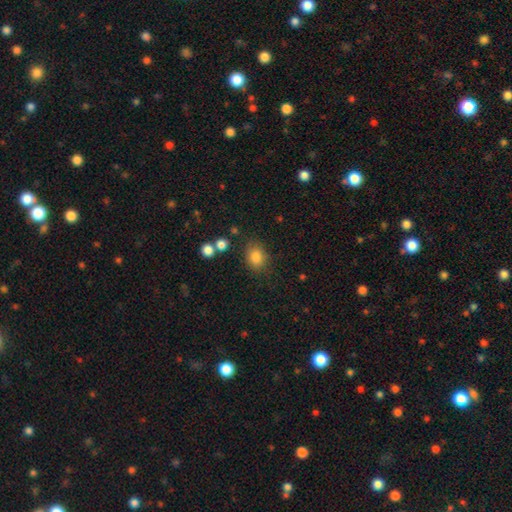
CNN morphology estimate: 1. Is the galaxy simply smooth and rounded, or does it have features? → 84% smooth, 10% star or artifact, 5% featured or disk.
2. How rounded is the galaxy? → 52% in between, 47% round, 1% cigar-shaped.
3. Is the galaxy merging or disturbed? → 76% none, 15% minor disturbance, 5% major disturbance, 4% merger.